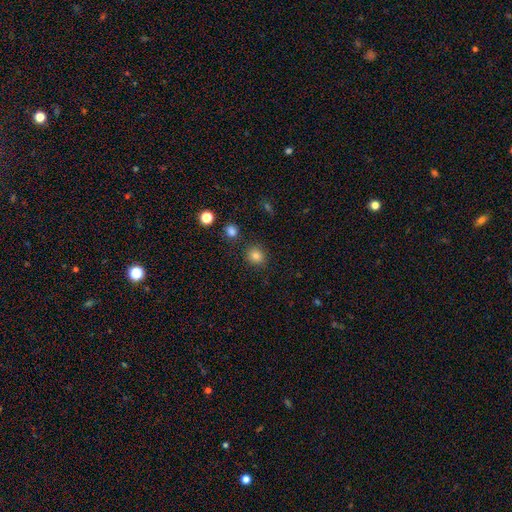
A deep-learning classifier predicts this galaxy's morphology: This appears to be a smooth galaxy with no disk features (82%) that is round (80%). Merging: none (86%).